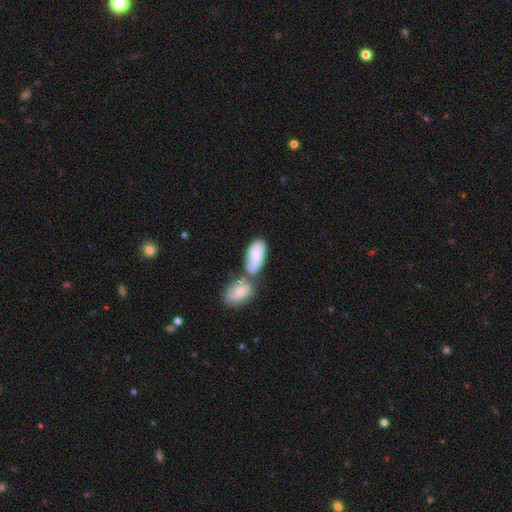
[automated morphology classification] smooth 78%, featured or disk 16%, star or artifact 6%. Down the decision tree: how rounded — in between (90%); merging — merger (48%).